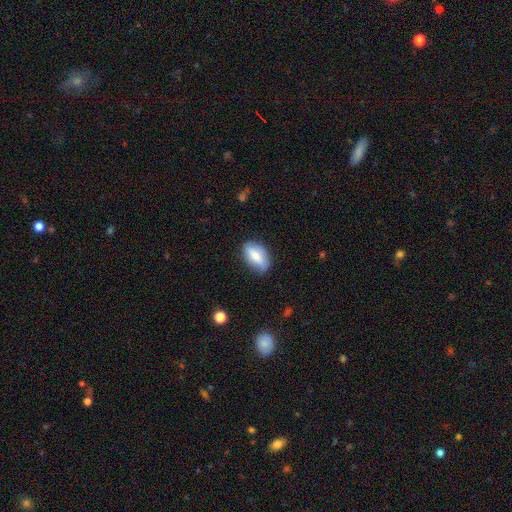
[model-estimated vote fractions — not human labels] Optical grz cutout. It shows a smooth galaxy with no disk features (77%) that is in between round and cigar-shaped (89%). Merging: none (80%).